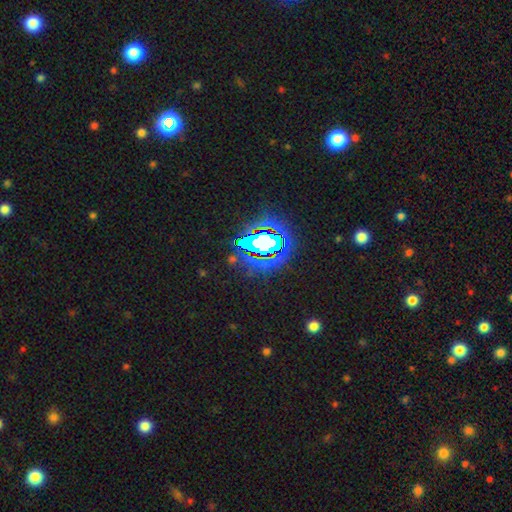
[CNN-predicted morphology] This is clearly a star or artifact rather than a galaxy (83%).